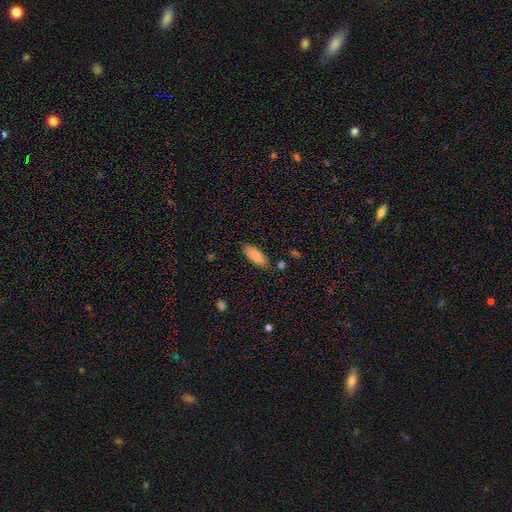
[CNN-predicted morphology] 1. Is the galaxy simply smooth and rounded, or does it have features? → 86% smooth, 7% featured or disk, 7% star or artifact.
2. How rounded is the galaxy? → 70% in between, 28% cigar-shaped, 2% round.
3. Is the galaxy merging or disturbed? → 82% none, 13% minor disturbance, 3% major disturbance, 2% merger.